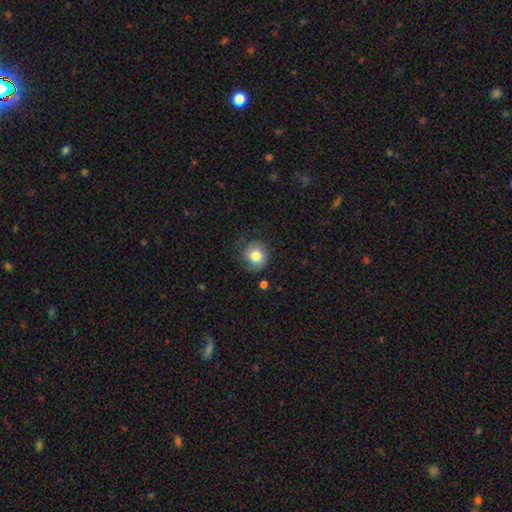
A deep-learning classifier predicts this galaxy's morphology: smooth_or_featured: smooth (p=0.79) [alt: featured or disk p=0.13]
how_rounded: round (p=0.82) [alt: in between p=0.17]
merging: none (p=0.64) [alt: minor disturbance p=0.24]